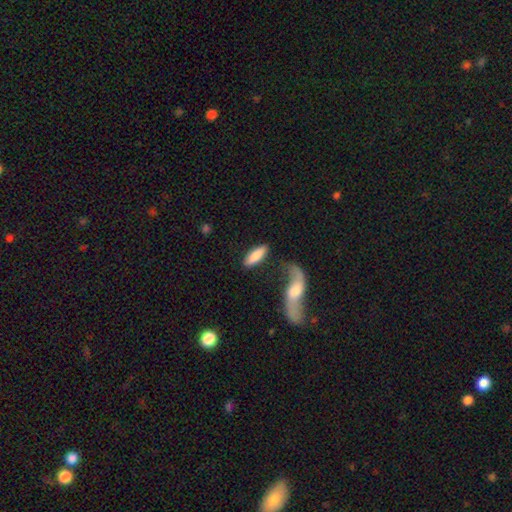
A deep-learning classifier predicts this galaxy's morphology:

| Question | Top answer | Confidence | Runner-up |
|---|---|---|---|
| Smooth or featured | smooth | 78% | featured or disk (17%) |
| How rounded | in between | 60% | cigar-shaped (38%) |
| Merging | none | 67% | minor disturbance (14%) |